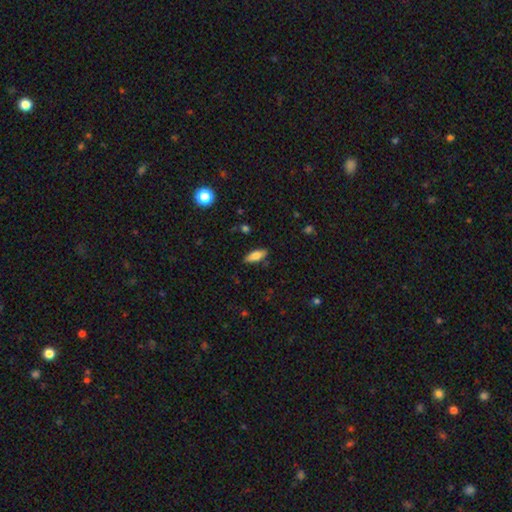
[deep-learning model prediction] This appears to be a smooth galaxy with no disk features (78%) that is in between round and cigar-shaped (72%). Merging: none (85%).